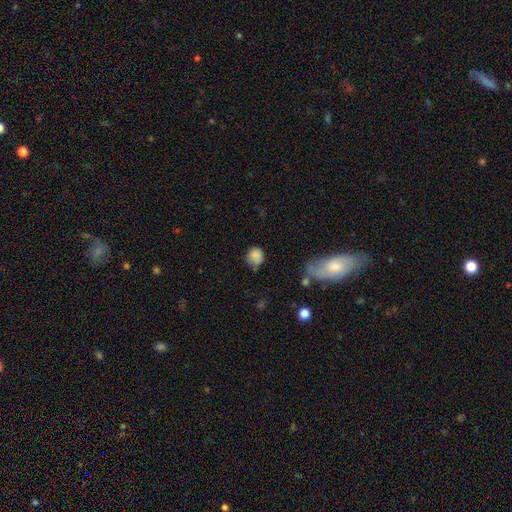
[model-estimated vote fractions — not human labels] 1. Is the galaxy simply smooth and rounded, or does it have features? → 81% smooth, 10% star or artifact, 9% featured or disk.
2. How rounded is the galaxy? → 79% round, 20% in between, 1% cigar-shaped.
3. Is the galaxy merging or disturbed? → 51% none, 31% minor disturbance, 12% major disturbance, 7% merger.